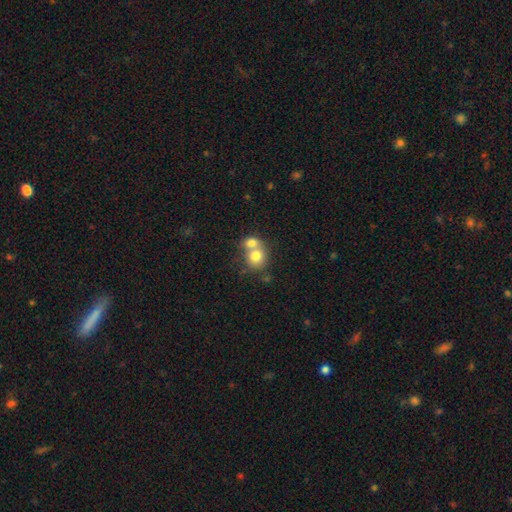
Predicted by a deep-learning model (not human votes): This appears to be a smooth galaxy with no disk features (75%) that is round (71%). Merging: merger (62%).